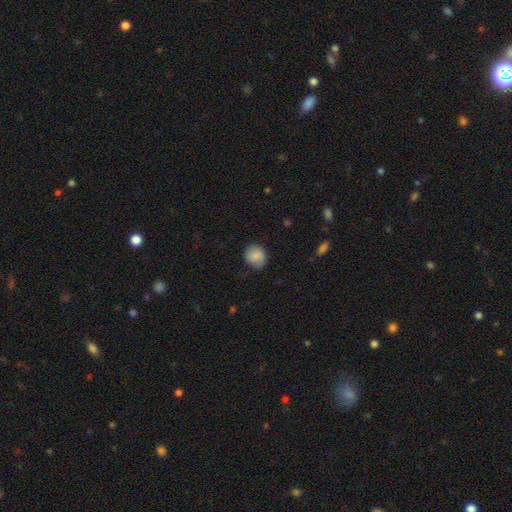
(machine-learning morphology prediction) smooth-or-featured: smooth: 74% | featured or disk: 19% | star or artifact: 7%
  how-rounded: round: 80% | in between: 19% | cigar-shaped: 1%
  merging: none: 69% | minor disturbance: 23% | major disturbance: 6% | merger: 1%